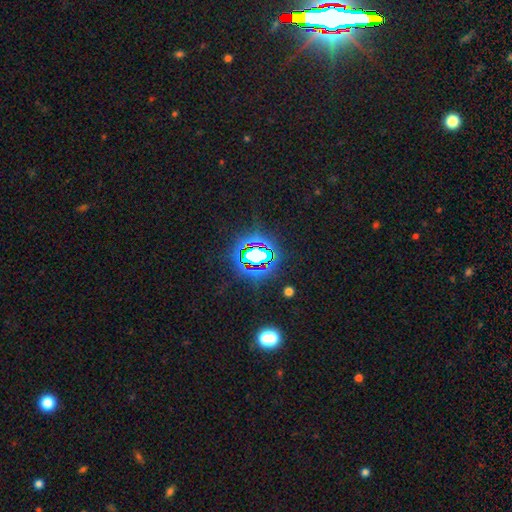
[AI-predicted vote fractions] smooth_or_featured: star or artifact (p=0.72) [alt: smooth p=0.16]